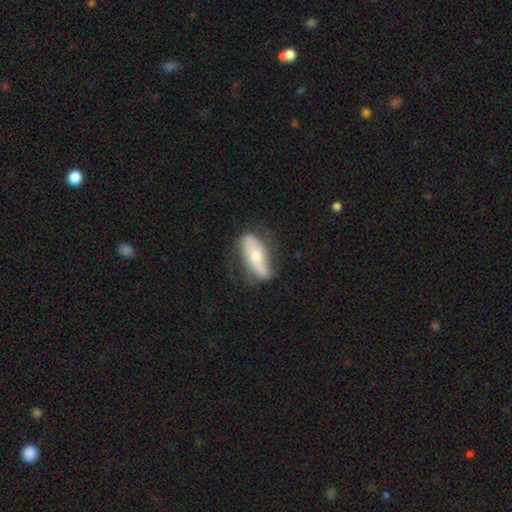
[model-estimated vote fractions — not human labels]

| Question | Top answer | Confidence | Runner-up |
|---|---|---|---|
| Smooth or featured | featured or disk | 51% | smooth (44%) |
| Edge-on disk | no | 61% | yes (39%) |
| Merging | none | 66% | minor disturbance (23%) |